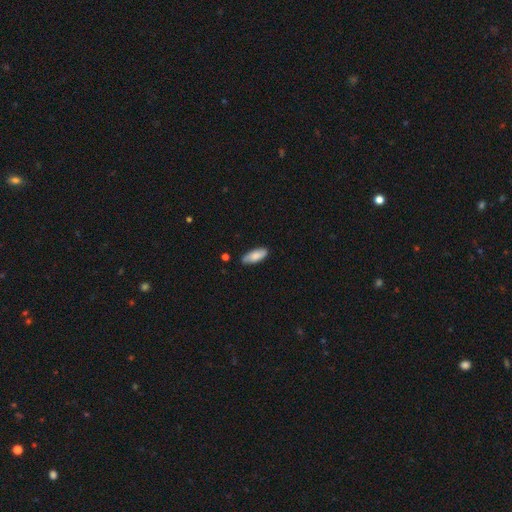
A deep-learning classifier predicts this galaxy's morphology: Overall: smooth (81%). How rounded: in between (73%). Merging: none (81%).